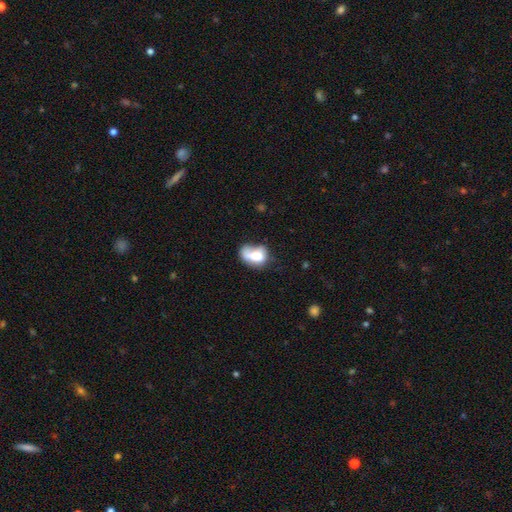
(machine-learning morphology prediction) This is likely a smooth galaxy (62%). How rounded: likely in between (75%). Merging: marginally none (28%).